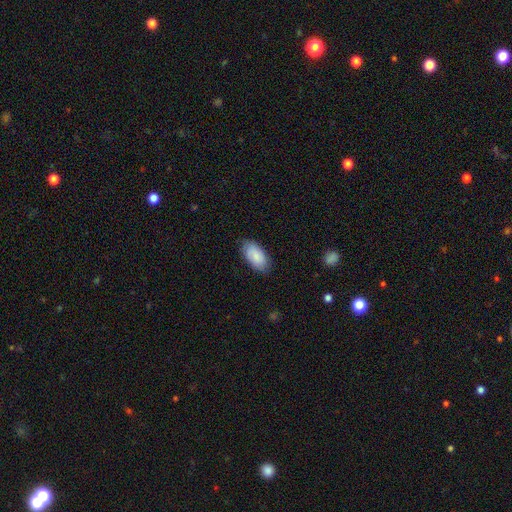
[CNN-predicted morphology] Smooth or featured? Predicted: smooth (p=0.85). How rounded? Predicted: in between (p=0.95). Merging? Predicted: none (p=0.83).